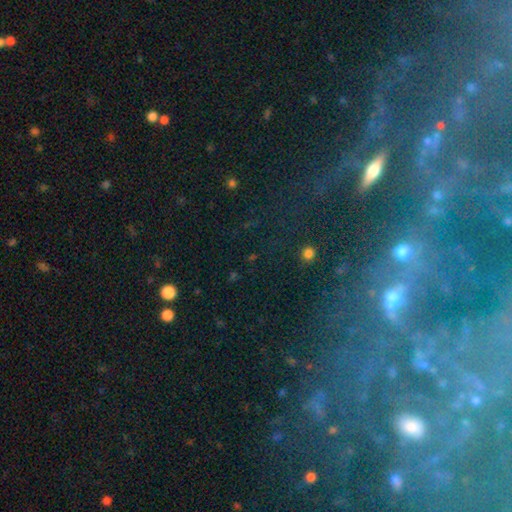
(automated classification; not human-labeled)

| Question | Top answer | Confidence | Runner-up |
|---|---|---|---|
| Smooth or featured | featured or disk | 49% | star or artifact (33%) |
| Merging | none | 61% | minor disturbance (16%) |